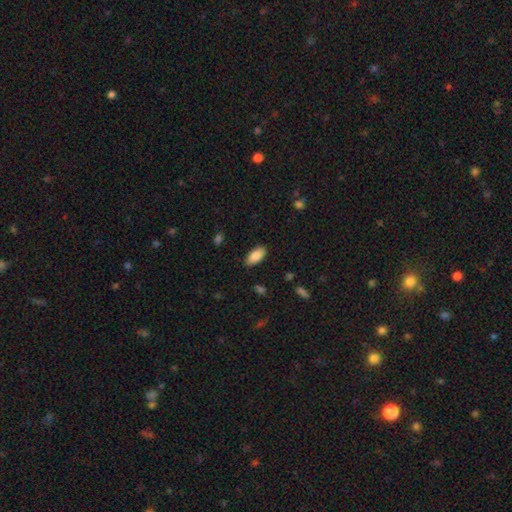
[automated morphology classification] A smooth galaxy with no disk features (86%) that is in between round and cigar-shaped (92%).

Vote fractions:
- Smooth or featured? smooth: 86% / featured or disk: 8% / star or artifact: 7%
- How rounded? in between: 92% / cigar-shaped: 6% / round: 2%
- Merging? none: 85% / minor disturbance: 11% / major disturbance: 2% / merger: 1%